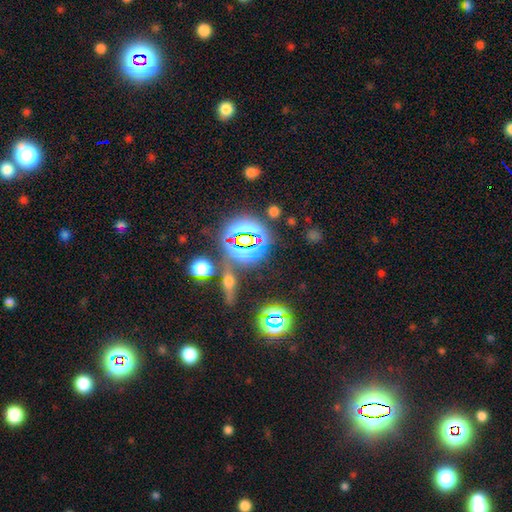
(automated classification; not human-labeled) smooth_or_featured: star or artifact (p=0.79) [alt: smooth p=0.13]